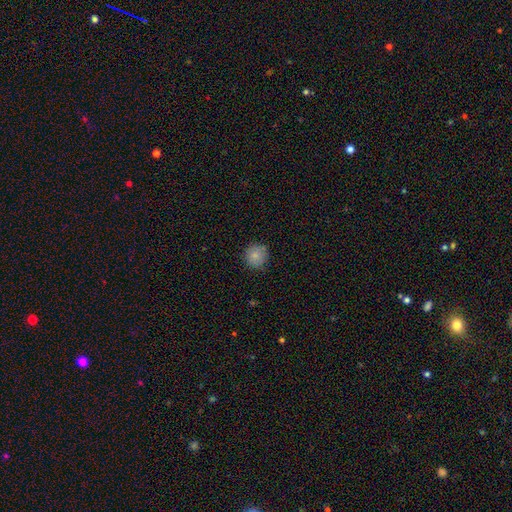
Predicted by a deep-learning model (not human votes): Q: Smooth or featured?
A: smooth (84%); runner-up: star or artifact (9%)
Q: How rounded?
A: round (93%); runner-up: in between (6%)
Q: Merging?
A: none (85%); runner-up: minor disturbance (11%)